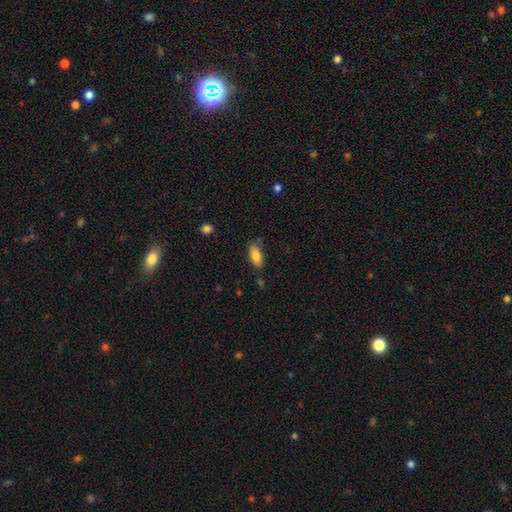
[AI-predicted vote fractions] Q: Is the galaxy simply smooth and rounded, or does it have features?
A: smooth — 82%.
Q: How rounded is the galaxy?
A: in between — 86%.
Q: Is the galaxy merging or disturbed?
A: none — 71%.